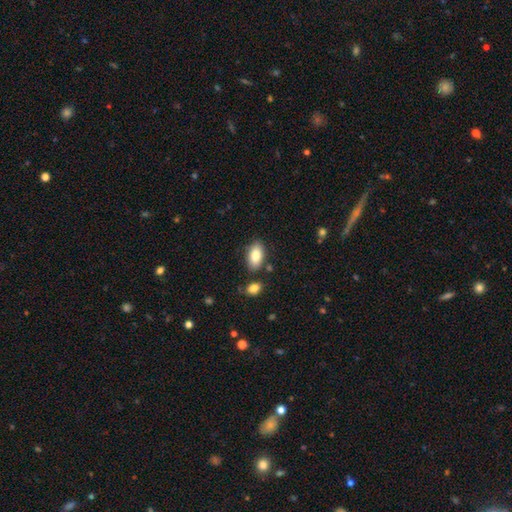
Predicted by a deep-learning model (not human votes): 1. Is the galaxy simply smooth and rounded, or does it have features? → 82% smooth, 11% featured or disk, 7% star or artifact.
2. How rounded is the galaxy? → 93% in between, 5% round, 3% cigar-shaped.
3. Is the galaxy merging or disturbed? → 80% none, 12% minor disturbance, 6% merger, 3% major disturbance.